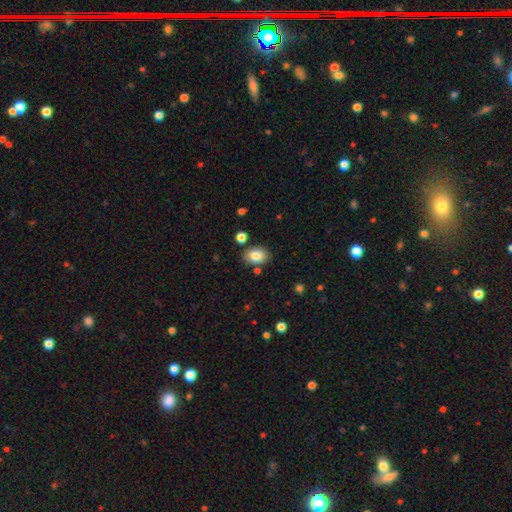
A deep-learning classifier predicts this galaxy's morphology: Smooth or featured?
  - smooth: 82% *
  - featured or disk: 10%
  - star or artifact: 8%
How rounded?
  - in between: 80% *
  - round: 19%
  - cigar-shaped: 1%
Merging?
  - none: 81% *
  - minor disturbance: 11%
  - merger: 5%
  - major disturbance: 3%